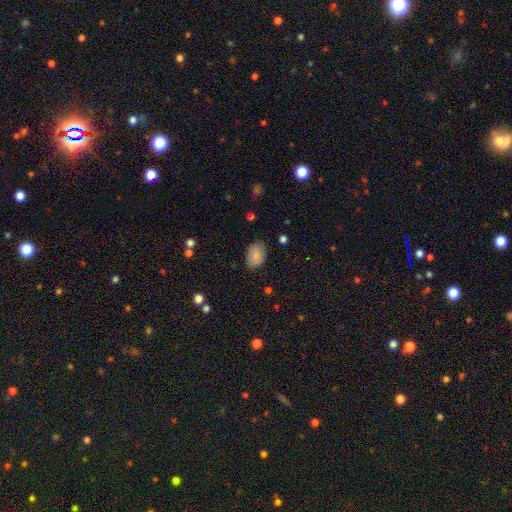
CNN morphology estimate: Smooth or featured?
  - smooth: 86% *
  - star or artifact: 7%
  - featured or disk: 7%
How rounded?
  - in between: 86% *
  - round: 13%
  - cigar-shaped: 1%
Merging?
  - none: 83% *
  - minor disturbance: 13%
  - major disturbance: 3%
  - merger: 1%